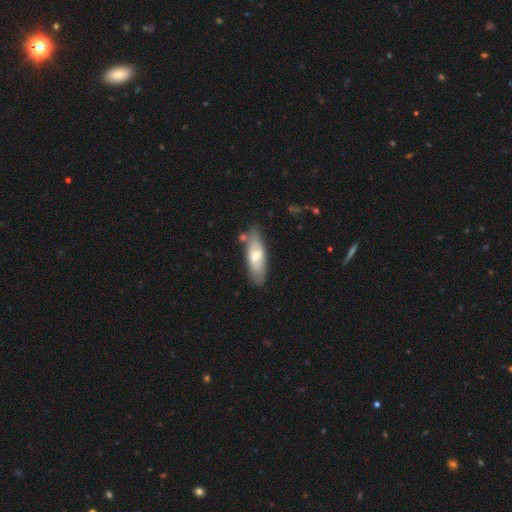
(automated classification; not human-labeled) smooth 59%, featured or disk 35%, star or artifact 6%. Down the decision tree: how rounded — in between (64%); merging — none (71%).